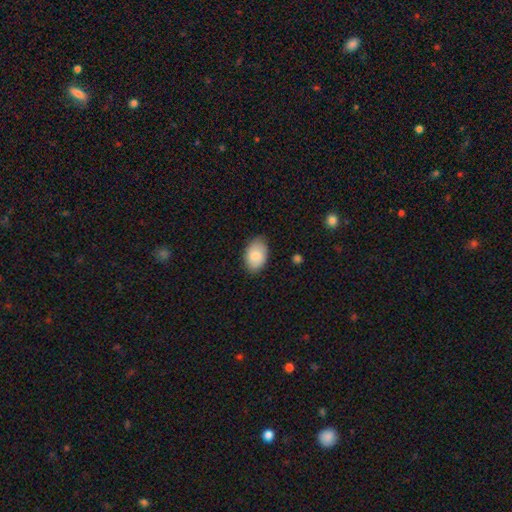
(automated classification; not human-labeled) smooth_or_featured: smooth (p=0.83) [alt: featured or disk p=0.11]
how_rounded: in between (p=0.90) [alt: round p=0.09]
merging: none (p=0.80) [alt: minor disturbance p=0.16]